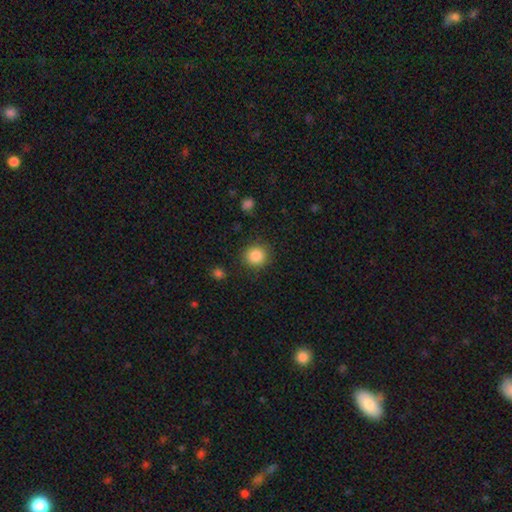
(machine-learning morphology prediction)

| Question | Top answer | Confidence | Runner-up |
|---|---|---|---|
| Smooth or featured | smooth | 86% | star or artifact (10%) |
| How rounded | round | 90% | in between (9%) |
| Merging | none | 88% | minor disturbance (7%) |